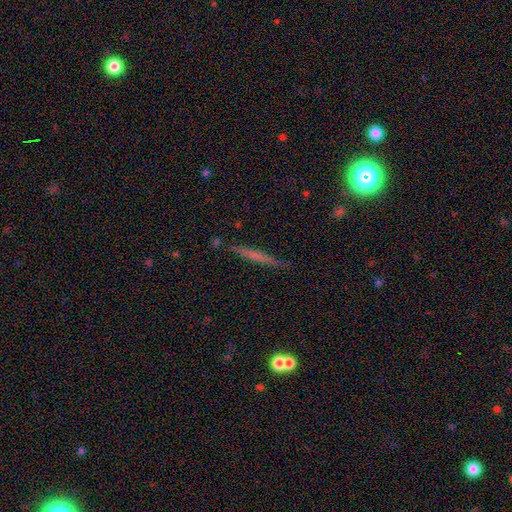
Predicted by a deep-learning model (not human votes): Q: Smooth or featured?
A: featured or disk (47%); runner-up: smooth (44%)
Q: Merging?
A: none (86%); runner-up: minor disturbance (10%)